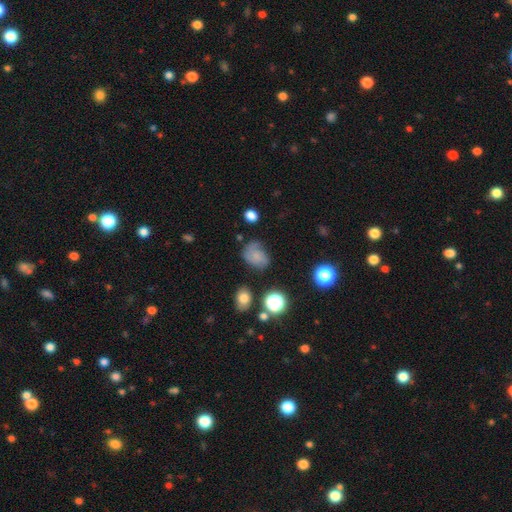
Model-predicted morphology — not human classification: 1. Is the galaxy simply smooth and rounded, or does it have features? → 59% smooth, 27% featured or disk, 14% star or artifact.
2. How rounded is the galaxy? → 64% in between, 35% round, 1% cigar-shaped.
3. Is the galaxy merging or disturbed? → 48% none, 31% minor disturbance, 18% major disturbance, 3% merger.